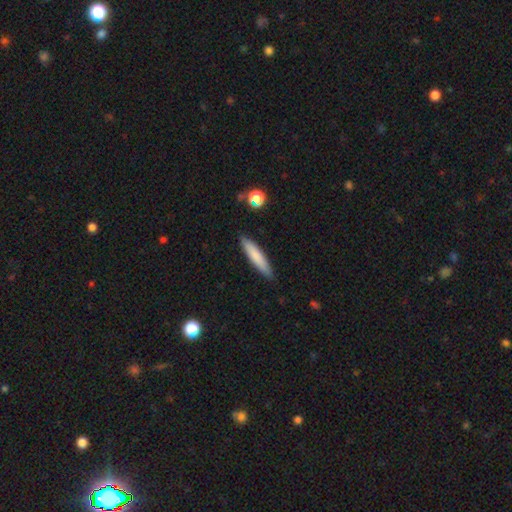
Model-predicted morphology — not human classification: Overall: smooth (79%). How rounded: cigar-shaped (87%). Merging: none (88%).